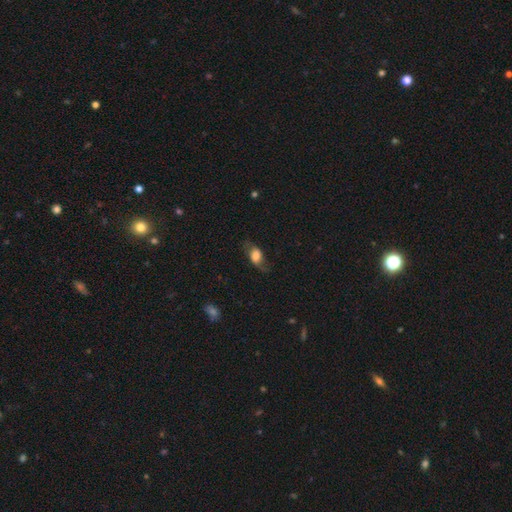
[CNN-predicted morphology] smooth_or_featured: smooth (p=0.62) [alt: featured or disk p=0.29]
how_rounded: in between (p=0.80) [alt: round p=0.15]
merging: none (p=0.60) [alt: minor disturbance p=0.22]